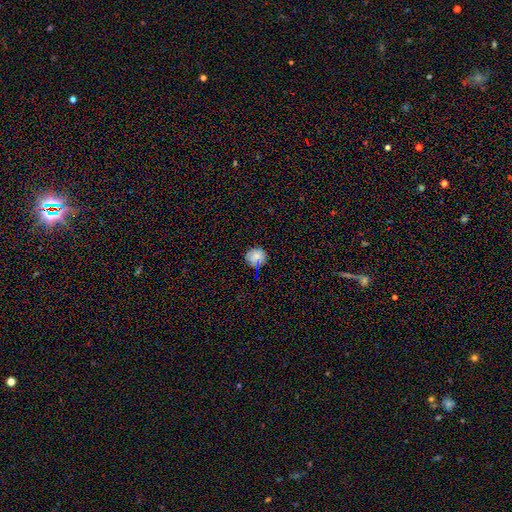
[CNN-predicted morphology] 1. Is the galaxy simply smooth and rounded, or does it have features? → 74% smooth, 20% star or artifact, 7% featured or disk.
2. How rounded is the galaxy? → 80% round, 19% in between, 1% cigar-shaped.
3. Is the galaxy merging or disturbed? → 83% none, 13% minor disturbance, 3% major disturbance, 2% merger.